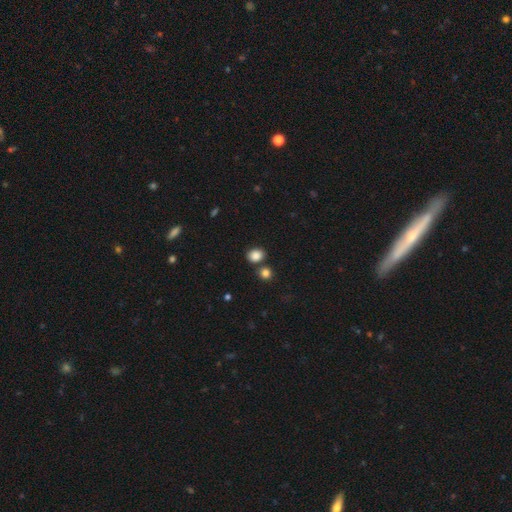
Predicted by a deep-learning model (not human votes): Smooth or featured: smooth — 86% (star or artifact — 10%)
How rounded: round — 55% (in between — 44%)
Merging: none — 72% (merger — 15%)